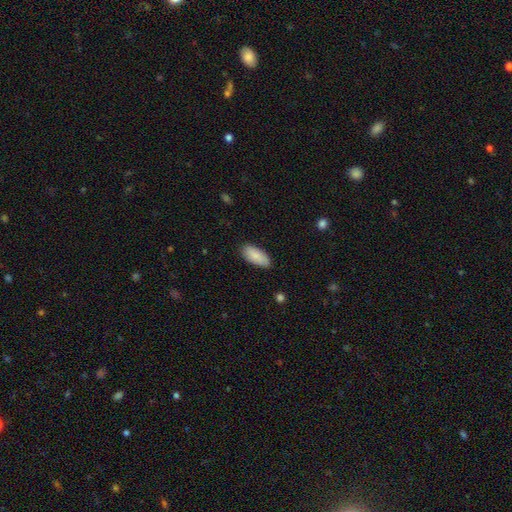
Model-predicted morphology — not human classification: This appears to be a smooth galaxy with no disk features (86%) that is in between round and cigar-shaped (90%). Merging: none (85%).